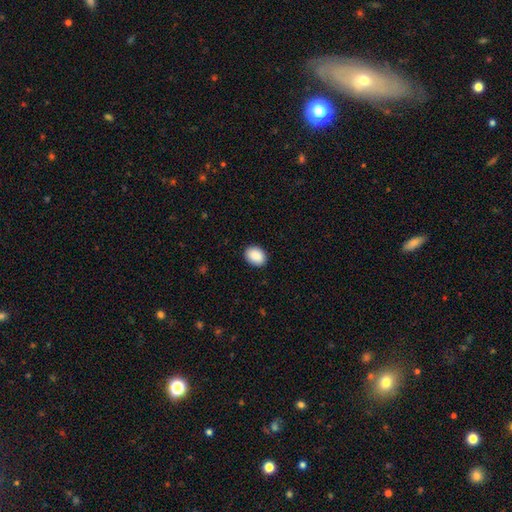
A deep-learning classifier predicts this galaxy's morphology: Q: Smooth or featured?
A: smooth (91%); runner-up: star or artifact (7%)
Q: How rounded?
A: in between (73%); runner-up: round (26%)
Q: Merging?
A: none (90%); runner-up: minor disturbance (7%)